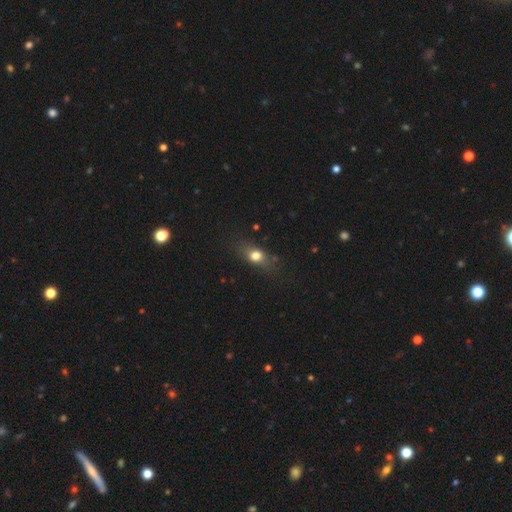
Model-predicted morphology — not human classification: A smooth galaxy with no disk features (72%) that is in between round and cigar-shaped (62%). Merging: none (71%).